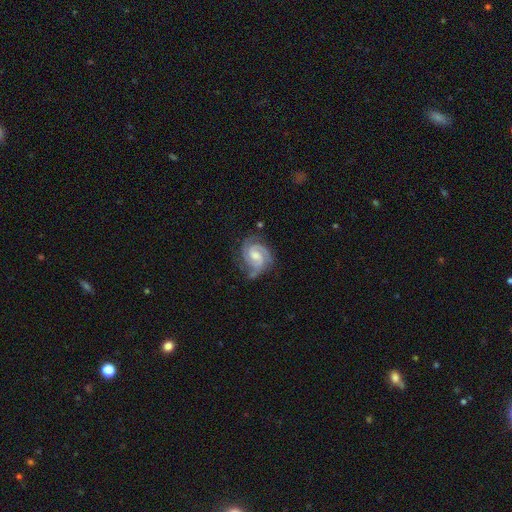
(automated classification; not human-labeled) smooth_or_featured: featured or disk (p=0.89) [alt: smooth p=0.06]
disk_edge_on: no (p=0.98) [alt: yes p=0.02]
bar: weak (p=0.47) [alt: no p=0.41]
has_spiral_arms: yes (p=0.98) [alt: no p=0.02]
spiral_winding: tight (p=0.56) [alt: medium p=0.39]
spiral_arm_count: 2 (p=0.56) [alt: 3 p=0.29]
bulge_size: moderate (p=0.51) [alt: small p=0.27]
merging: none (p=0.68) [alt: minor disturbance p=0.21]